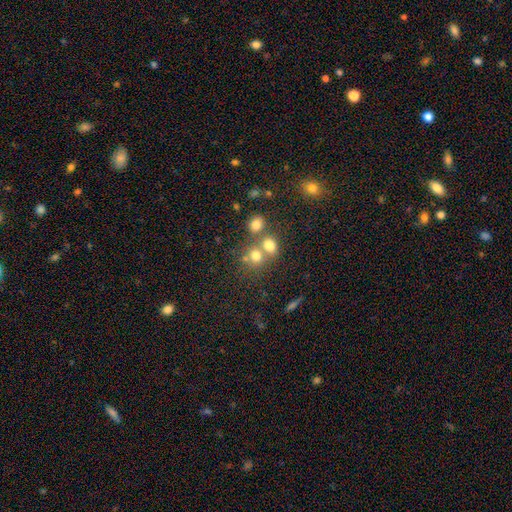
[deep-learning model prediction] A smooth galaxy with no disk features (71%) that is round (77%).

Vote fractions:
- Smooth or featured? smooth: 71% / star or artifact: 17% / featured or disk: 12%
- How rounded? round: 77% / in between: 21% / cigar-shaped: 1%
- Merging? none: 46% / merger: 42% / minor disturbance: 8% / major disturbance: 4%